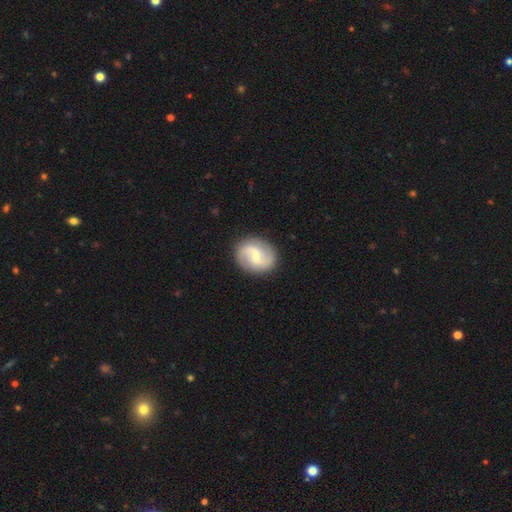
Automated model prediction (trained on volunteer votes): Smooth or featured?
  - featured or disk: 76% *
  - smooth: 18%
  - star or artifact: 5%
Edge-on disk?
  - no: 98% *
  - yes: 2%
Bar?
  - weak: 57% *
  - no: 24%
  - strong: 19%
Spiral arms?
  - yes: 94% *
  - no: 6%
Spiral winding?
  - loose: 46% *
  - medium: 41%
  - tight: 13%
Spiral arm count?
  - 2: 91% *
  - can't tell: 4%
  - 1: 2%
  - 3: 1%
  - 4: 1%
  - more than 4: 1%
Bulge size?
  - small: 61% *
  - moderate: 28%
  - none: 8%
  - large: 2%
  - dominant: 1%
Merging?
  - none: 87% *
  - minor disturbance: 9%
  - major disturbance: 3%
  - merger: 1%